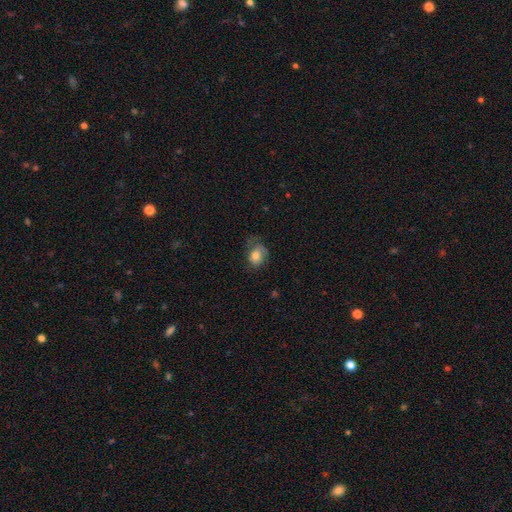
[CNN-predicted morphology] smooth-or-featured: smooth: 66% | featured or disk: 25% | star or artifact: 9%
  how-rounded: in between: 61% | round: 37% | cigar-shaped: 1%
  merging: none: 47% | minor disturbance: 29% | major disturbance: 23% | merger: 1%